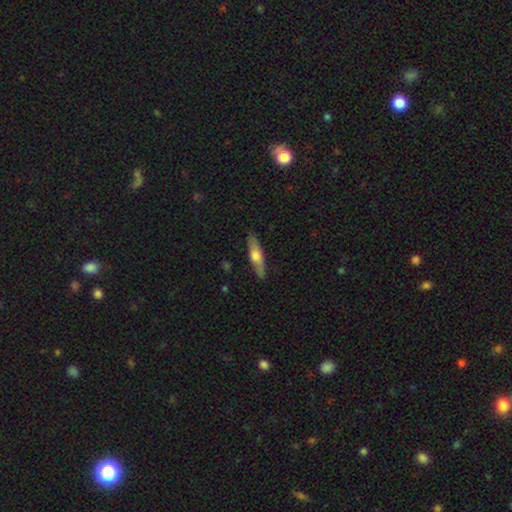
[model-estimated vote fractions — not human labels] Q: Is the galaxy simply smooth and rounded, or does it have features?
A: smooth — 52%.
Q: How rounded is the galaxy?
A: cigar-shaped — 75%.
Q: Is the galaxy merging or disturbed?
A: none — 87%.